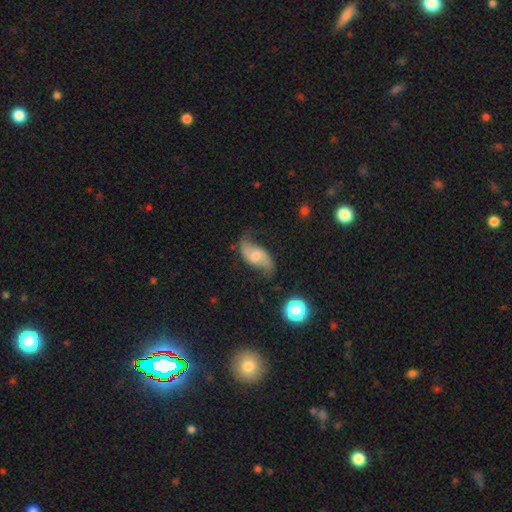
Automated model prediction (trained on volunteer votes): Morphology: type=featured or disk (73%); edge-on=no (95%); bar=no (55%); spiral arms=yes (91%); winding=loose (73%); arm count=2 (91%); bulge=moderate (55%); merging=none (64%).